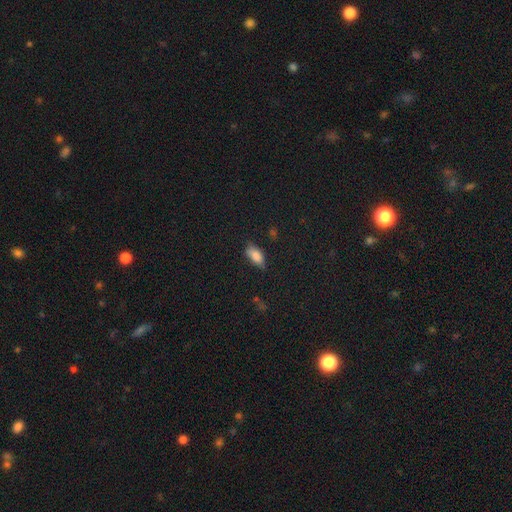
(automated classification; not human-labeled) A smooth galaxy with no disk features (83%) that is in between round and cigar-shaped (89%).

Vote fractions:
- Smooth or featured? smooth: 83% / star or artifact: 9% / featured or disk: 8%
- How rounded? in between: 89% / cigar-shaped: 8% / round: 3%
- Merging? none: 69% / minor disturbance: 24% / major disturbance: 5% / merger: 2%